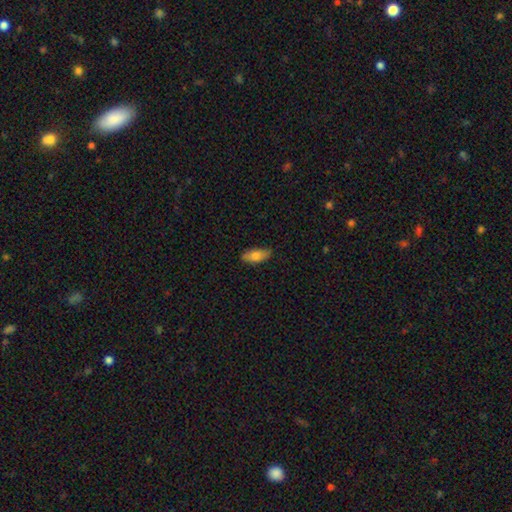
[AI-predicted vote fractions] Smooth or featured? Predicted: smooth (p=0.78). How rounded? Predicted: in between (p=0.84). Merging? Predicted: none (p=0.84).